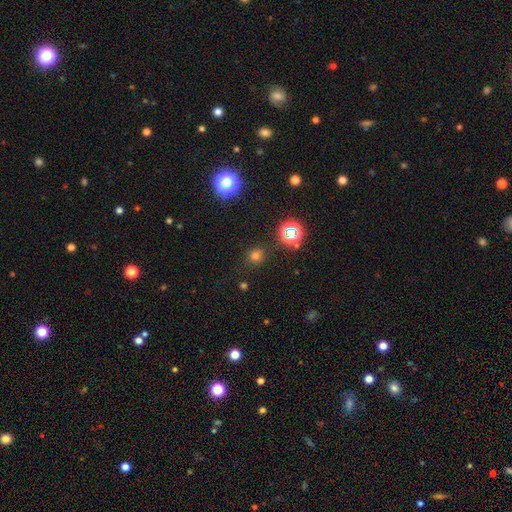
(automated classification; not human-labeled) Morphology: type=smooth (66%); roundness=round (86%); merging=none (83%).